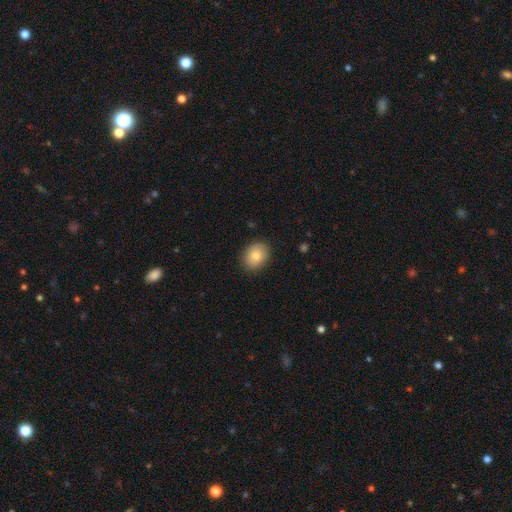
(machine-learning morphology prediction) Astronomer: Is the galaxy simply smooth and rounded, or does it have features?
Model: smooth — 80%.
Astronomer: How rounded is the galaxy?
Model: in between — 54% (runner-up: round, 45%).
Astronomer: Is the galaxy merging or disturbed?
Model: none — 86%.